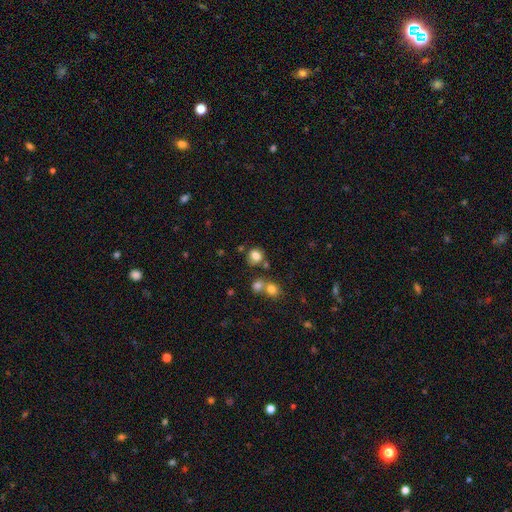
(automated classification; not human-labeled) Smooth or featured? smooth (80%)
How rounded? round (80%)
Merging? none (68%)